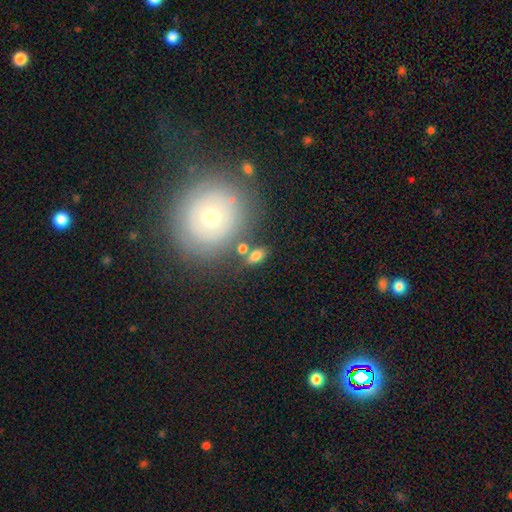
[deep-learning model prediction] Overall: smooth (76%). How rounded: in between (82%). Merging: none (67%).